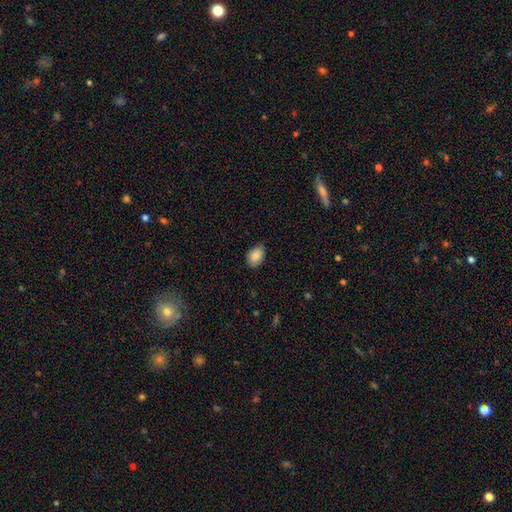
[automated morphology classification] Smooth or featured? smooth (87%)
How rounded? in between (85%)
Merging? none (80%)